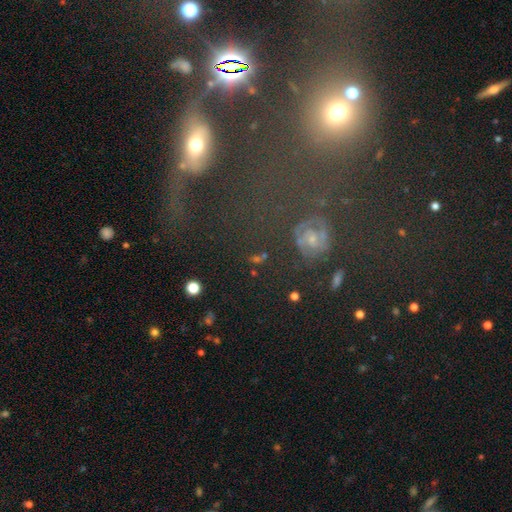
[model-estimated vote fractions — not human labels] A smooth galaxy with no disk features (38%, tied with star or artifact).

Vote fractions:
- Smooth or featured? smooth: 38% (tied) / star or artifact: 38% (tied) / featured or disk: 23%
- Merging? none: 48% / major disturbance: 20% / merger: 17% / minor disturbance: 14%